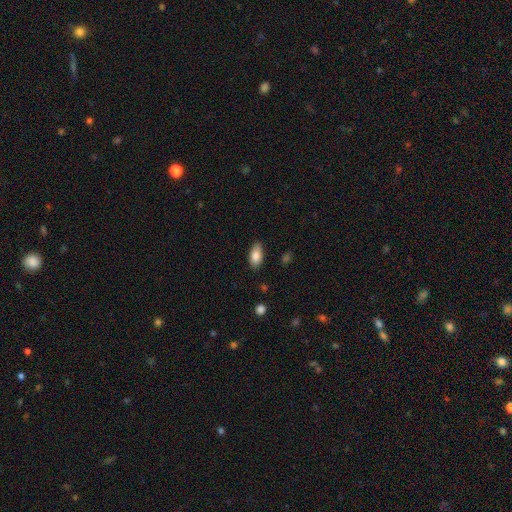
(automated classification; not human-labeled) Morphology: type=smooth (85%); roundness=in between (90%); merging=none (83%).